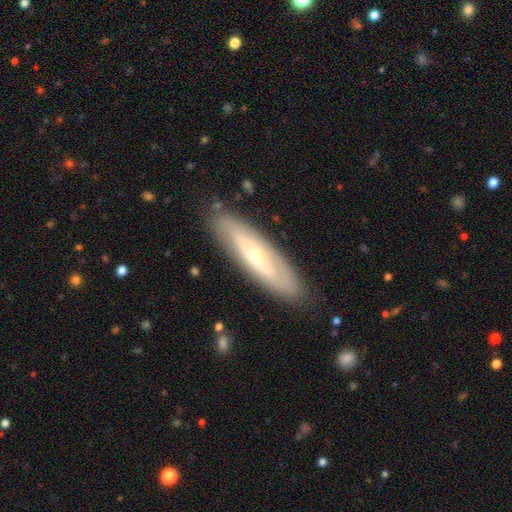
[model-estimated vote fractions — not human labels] Smooth or featured: featured or disk — 61% (smooth — 33%)
Edge-on disk: no — 62% (yes — 38%)
Merging: none — 85% (minor disturbance — 11%)